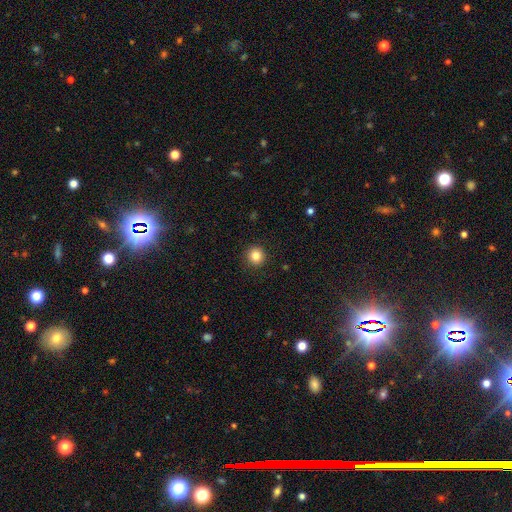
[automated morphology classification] type=smooth (84%); roundness=round (94%); merging=none (92%).